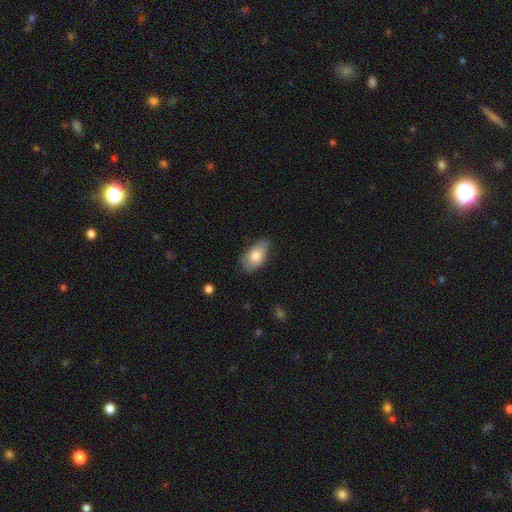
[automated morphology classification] smooth-or-featured: smooth: 77% | featured or disk: 16% | star or artifact: 7%
  how-rounded: in between: 93% | round: 5% | cigar-shaped: 2%
  merging: none: 66% | minor disturbance: 27% | major disturbance: 5% | merger: 1%